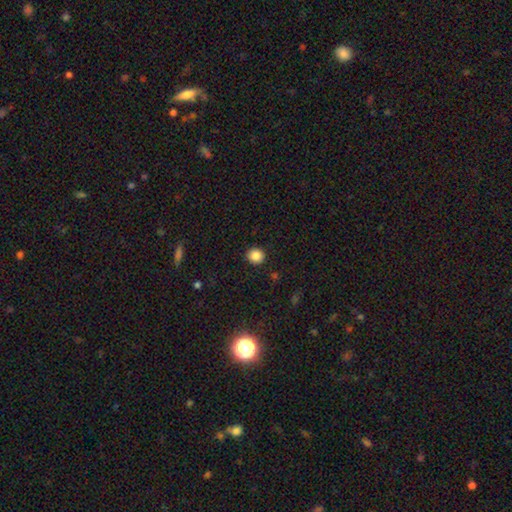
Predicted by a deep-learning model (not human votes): Smooth or featured? smooth (86%)
How rounded? round (90%)
Merging? none (91%)